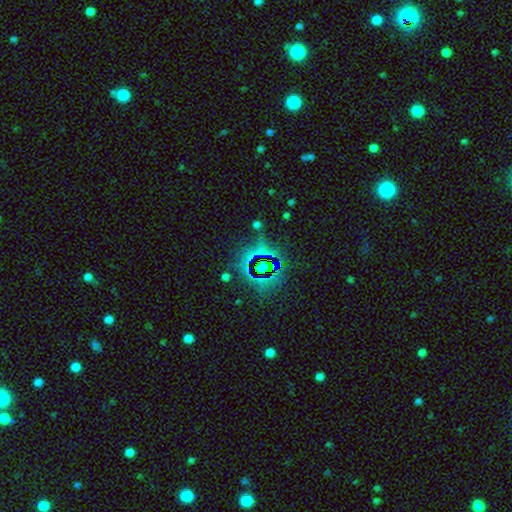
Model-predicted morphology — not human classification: A star or artifact, not a galaxy (73%).